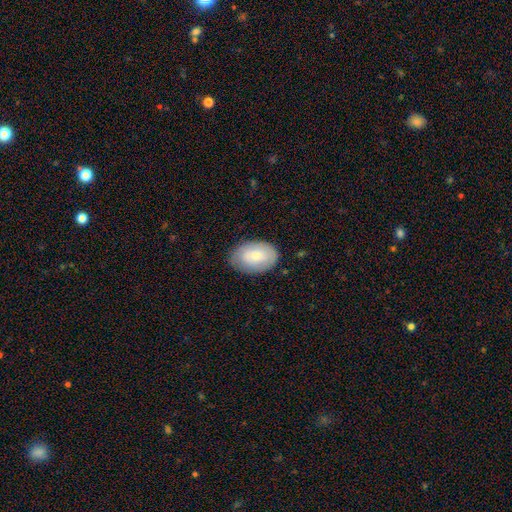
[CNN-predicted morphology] type=smooth (72%); roundness=in between (87%); merging=none (78%).